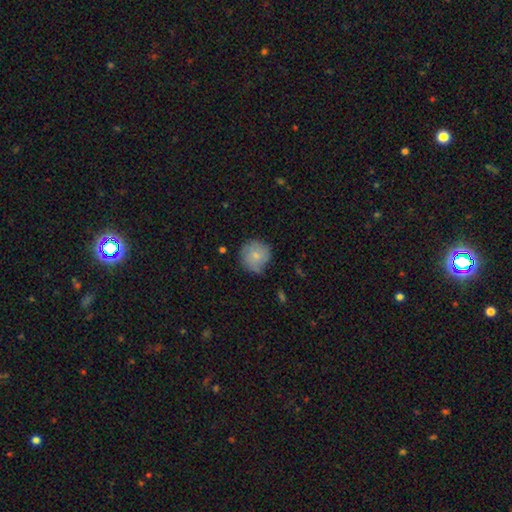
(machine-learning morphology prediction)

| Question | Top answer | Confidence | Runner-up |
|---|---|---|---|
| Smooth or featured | smooth | 75% | featured or disk (18%) |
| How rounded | round | 93% | in between (6%) |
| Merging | none | 72% | minor disturbance (22%) |